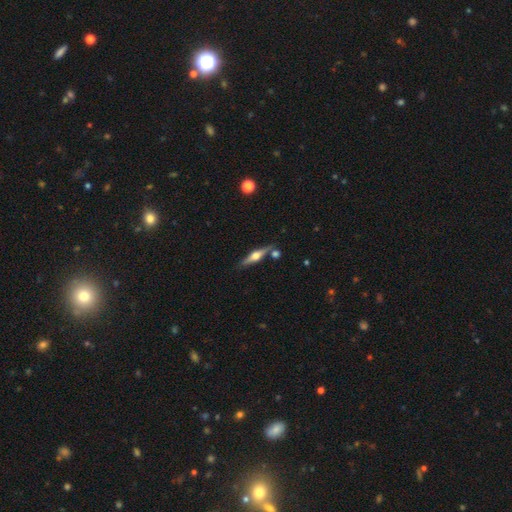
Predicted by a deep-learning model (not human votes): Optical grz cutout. It shows a featured or disk galaxy (71%) viewed edge-on (97%) with a rounded central bulge (94%). Merging: none (80%).